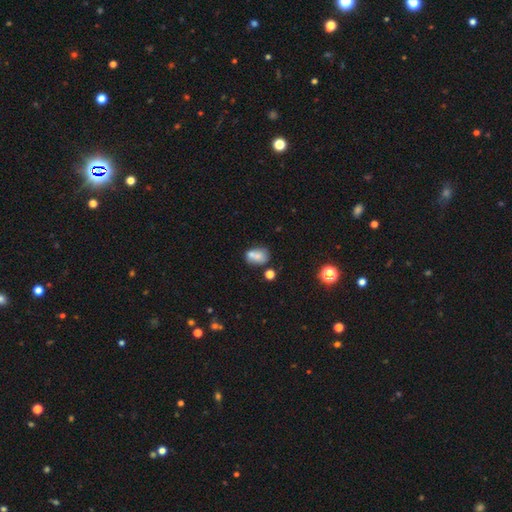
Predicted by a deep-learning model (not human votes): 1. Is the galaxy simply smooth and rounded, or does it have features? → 69% smooth, 20% featured or disk, 11% star or artifact.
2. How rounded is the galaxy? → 65% in between, 33% round, 2% cigar-shaped.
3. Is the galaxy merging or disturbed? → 43% merger, 36% none, 15% minor disturbance, 6% major disturbance.